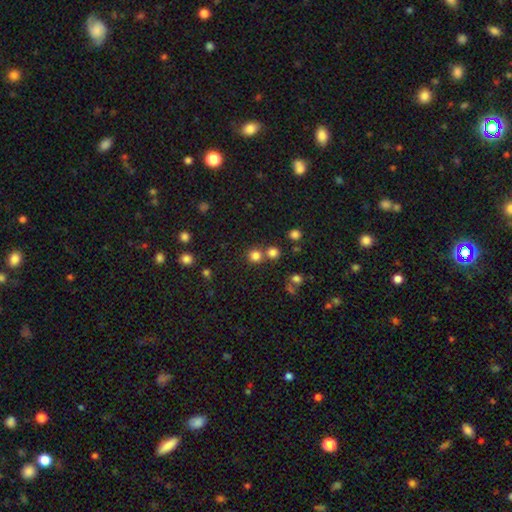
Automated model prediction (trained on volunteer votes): Morphology: type=smooth (78%); roundness=round (91%); merging=none (68%).